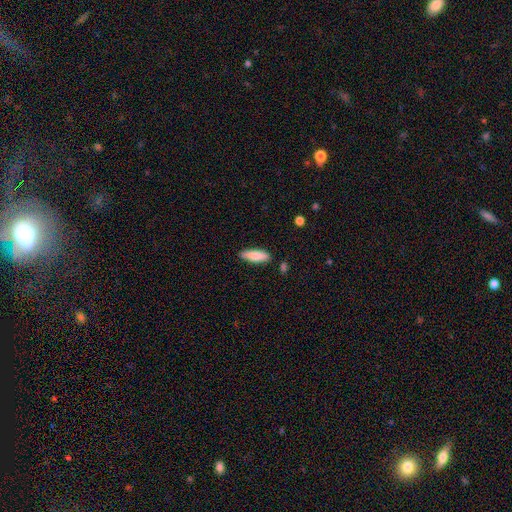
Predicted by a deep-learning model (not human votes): smooth-or-featured: smooth: 82% | featured or disk: 12% | star or artifact: 6%
  how-rounded: in between: 55% | cigar-shaped: 43% | round: 2%
  merging: none: 84% | minor disturbance: 11% | merger: 2% | major disturbance: 2%